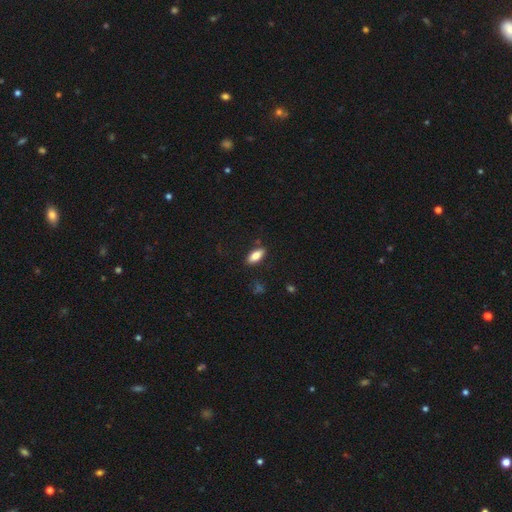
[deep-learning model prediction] Q: Smooth or featured?
A: smooth (81%); runner-up: featured or disk (12%)
Q: How rounded?
A: in between (85%); runner-up: cigar-shaped (12%)
Q: Merging?
A: none (86%); runner-up: minor disturbance (10%)